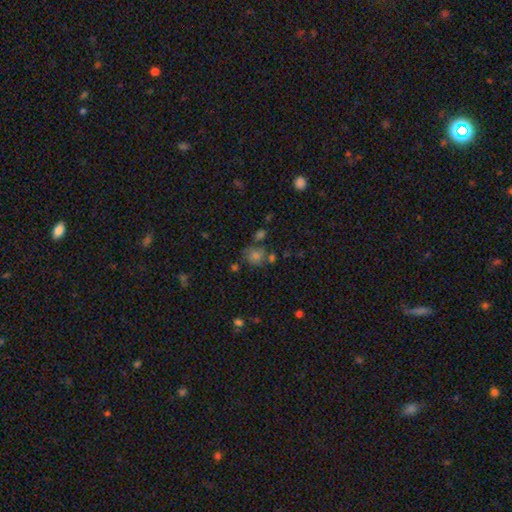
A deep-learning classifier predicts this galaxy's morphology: Q: Smooth or featured?
A: smooth (62%); runner-up: star or artifact (23%)
Q: How rounded?
A: round (69%); runner-up: in between (30%)
Q: Merging?
A: none (57%); runner-up: merger (17%)